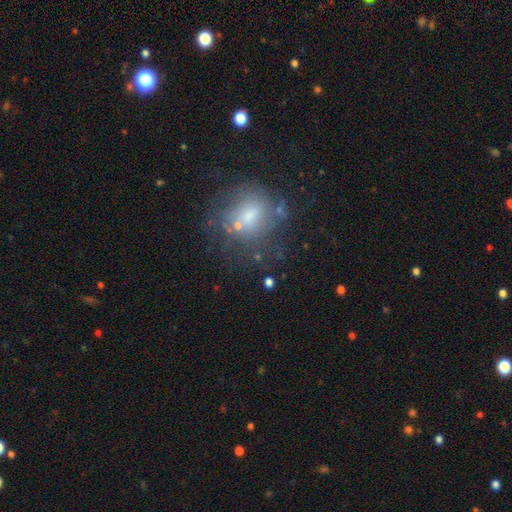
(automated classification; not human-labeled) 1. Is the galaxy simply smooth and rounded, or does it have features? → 42% smooth, 35% featured or disk, 24% star or artifact.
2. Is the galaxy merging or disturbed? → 58% none, 19% minor disturbance, 14% major disturbance, 10% merger.